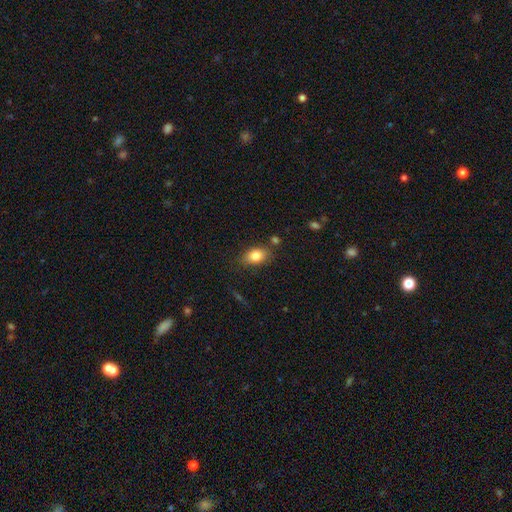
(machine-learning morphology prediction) A smooth galaxy with no disk features (82%) that is in between round and cigar-shaped (84%). Merging: none (78%).